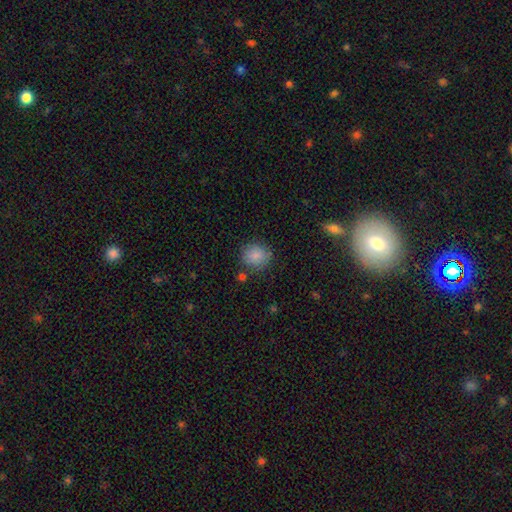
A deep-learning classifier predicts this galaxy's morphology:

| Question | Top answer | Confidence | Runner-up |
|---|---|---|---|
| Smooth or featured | smooth | 85% | star or artifact (9%) |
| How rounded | round | 82% | in between (17%) |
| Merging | none | 78% | minor disturbance (14%) |